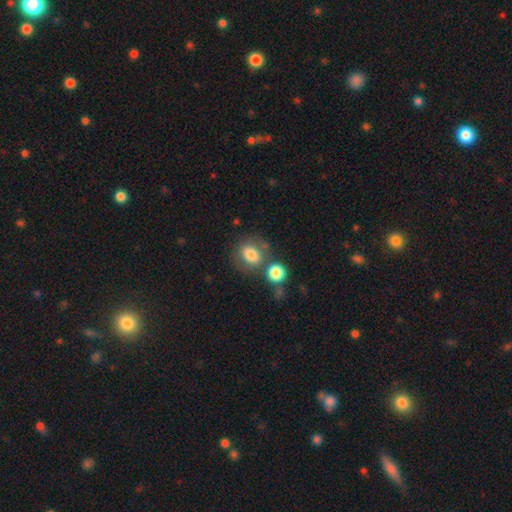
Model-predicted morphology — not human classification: Overall: smooth (59%; star or artifact 25%). How rounded: round (74%). Merging: none (68%).